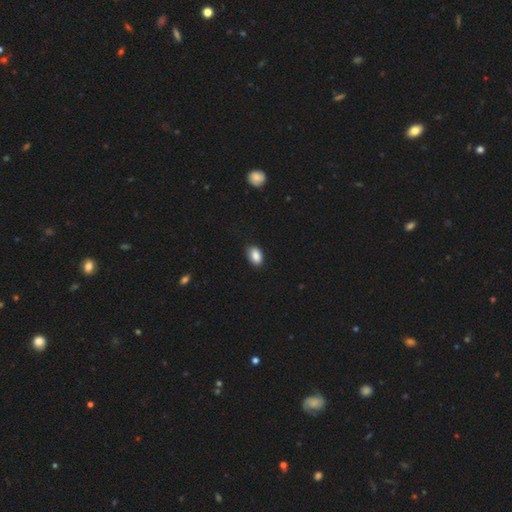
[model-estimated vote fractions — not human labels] This appears to be a smooth galaxy with no disk features (88%) that is in between round and cigar-shaped (90%). Merging: none (87%).